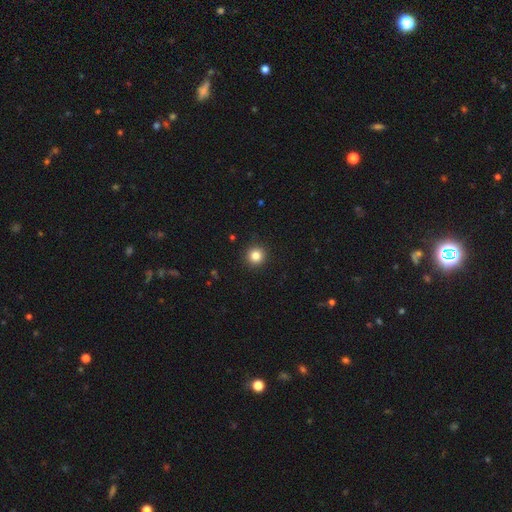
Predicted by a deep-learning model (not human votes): smooth 84%, star or artifact 12%, featured or disk 5%. Down the decision tree: how rounded — round (95%); merging — none (92%).